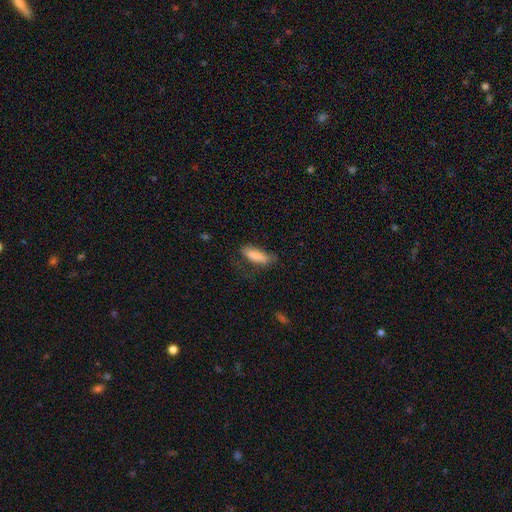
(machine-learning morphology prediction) smooth_or_featured: smooth (p=0.78) [alt: featured or disk p=0.15]
how_rounded: in between (p=0.54) [alt: cigar-shaped p=0.44]
merging: none (p=0.53) [alt: minor disturbance p=0.28]